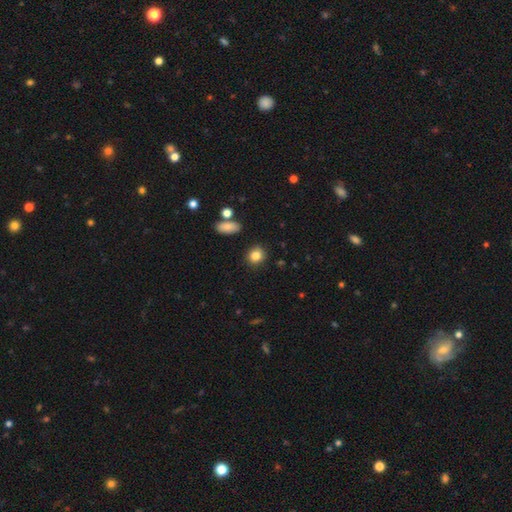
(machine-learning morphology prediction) This is clearly a smooth galaxy (84%). How rounded: likely round (76%). Merging: clearly none (87%).